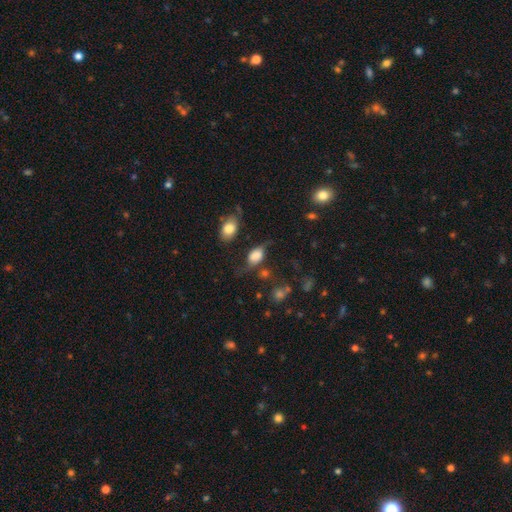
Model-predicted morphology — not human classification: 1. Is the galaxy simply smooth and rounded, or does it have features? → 59% smooth, 30% featured or disk, 11% star or artifact.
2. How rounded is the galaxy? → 76% in between, 21% round, 3% cigar-shaped.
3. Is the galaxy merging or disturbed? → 46% none, 26% minor disturbance, 22% major disturbance, 6% merger.